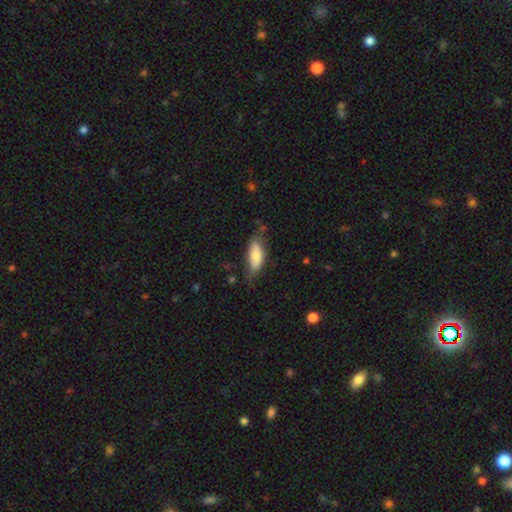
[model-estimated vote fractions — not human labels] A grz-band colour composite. It shows a smooth galaxy with no disk features (74%) that is in between round and cigar-shaped (70%). Merging: none (63%).